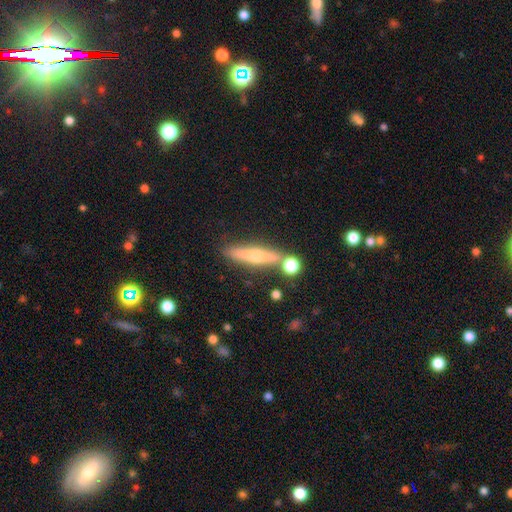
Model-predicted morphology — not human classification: This is possibly a featured or disk galaxy (50%). It is clearly viewed edge-on (92%). Merging: likely none (77%).